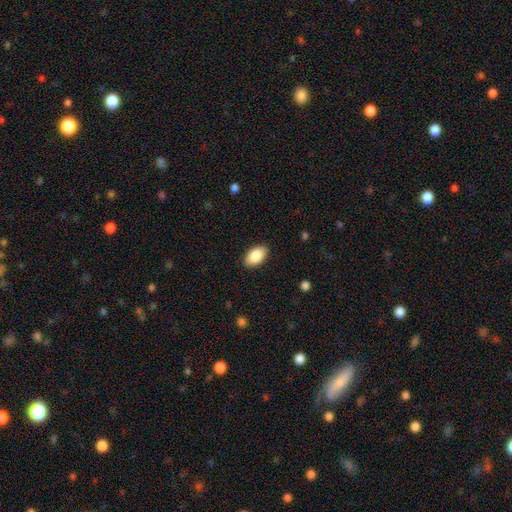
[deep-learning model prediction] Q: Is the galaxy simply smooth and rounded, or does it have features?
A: smooth — 88%.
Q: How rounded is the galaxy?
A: in between — 94%.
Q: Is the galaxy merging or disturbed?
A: none — 88%.